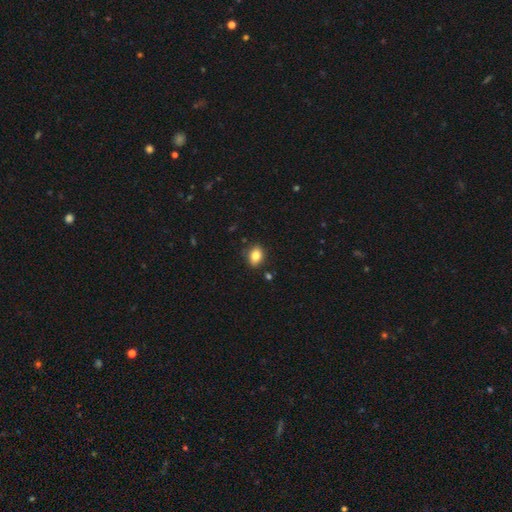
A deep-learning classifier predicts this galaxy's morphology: A smooth galaxy with no disk features (83%) that is in between round and cigar-shaped (69%).

Vote fractions:
- Smooth or featured? smooth: 83% / star or artifact: 9% / featured or disk: 7%
- How rounded? in between: 69% / round: 30% / cigar-shaped: 1%
- Merging? none: 85% / minor disturbance: 10% / major disturbance: 2% / merger: 2%